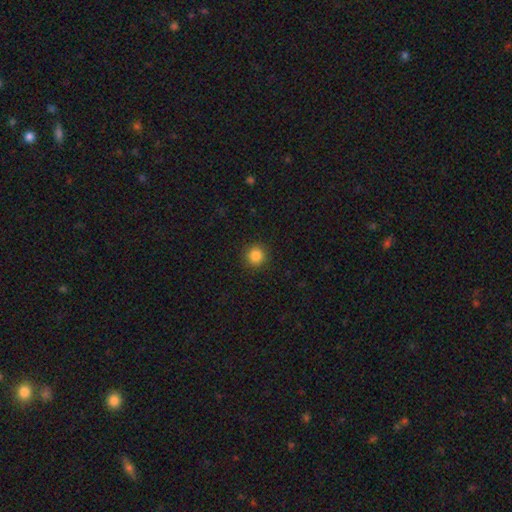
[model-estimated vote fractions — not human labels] A smooth galaxy with no disk features (85%) that is round (94%).

Vote fractions:
- Smooth or featured? smooth: 85% / star or artifact: 11% / featured or disk: 4%
- How rounded? round: 94% / in between: 5% / cigar-shaped: 1%
- Merging? none: 92% / minor disturbance: 5% / major disturbance: 2% / merger: 1%